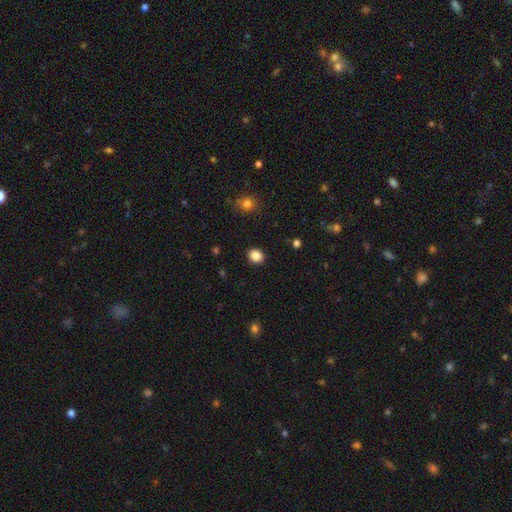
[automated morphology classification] smooth-or-featured: smooth: 87% | star or artifact: 10% | featured or disk: 4%
  how-rounded: round: 64% | in between: 35% | cigar-shaped: 1%
  merging: none: 90% | minor disturbance: 6% | major disturbance: 2% | merger: 1%